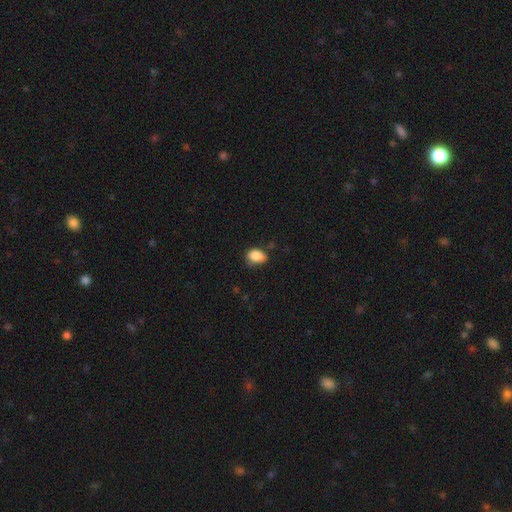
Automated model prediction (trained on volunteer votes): smooth-or-featured: smooth: 86% | star or artifact: 9% | featured or disk: 6%
  how-rounded: in between: 76% | round: 23% | cigar-shaped: 1%
  merging: none: 61% | minor disturbance: 30% | major disturbance: 6% | merger: 3%